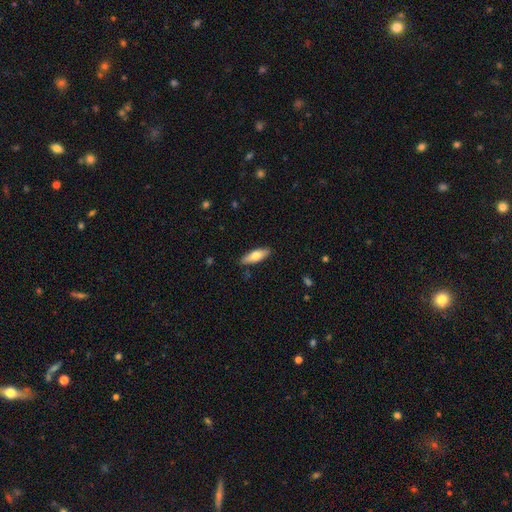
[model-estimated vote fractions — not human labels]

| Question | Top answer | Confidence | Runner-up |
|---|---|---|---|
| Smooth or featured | smooth | 65% | featured or disk (29%) |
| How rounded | in between | 59% | cigar-shaped (38%) |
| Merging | none | 88% | minor disturbance (9%) |